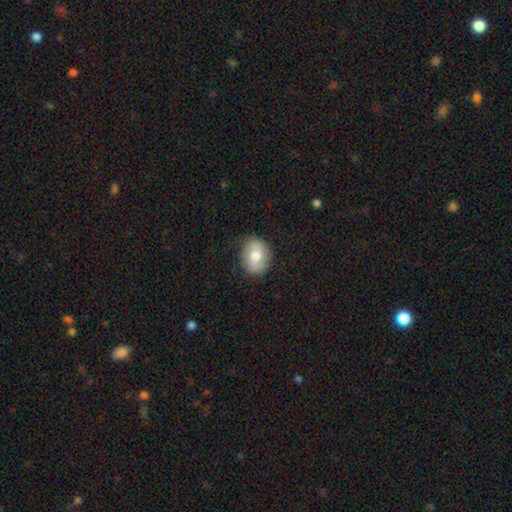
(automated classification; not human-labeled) Morphology: type=smooth (69%); roundness=round (57%); merging=none (85%).